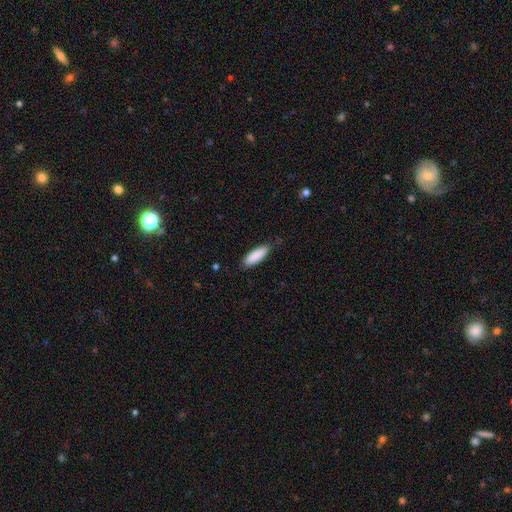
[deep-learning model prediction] Morphology: type=smooth (88%); roundness=in between (57%); merging=none (76%).